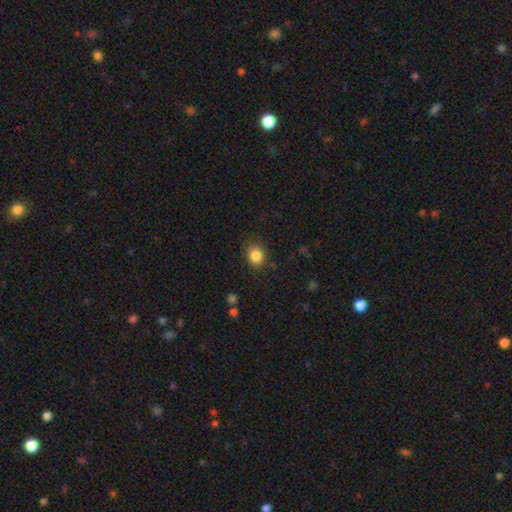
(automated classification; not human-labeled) The model was most divided on "how rounded": round: 69%, in between: 30%, cigar-shaped: 1%. More confident: smooth or featured — smooth (85%); merging — none (83%).